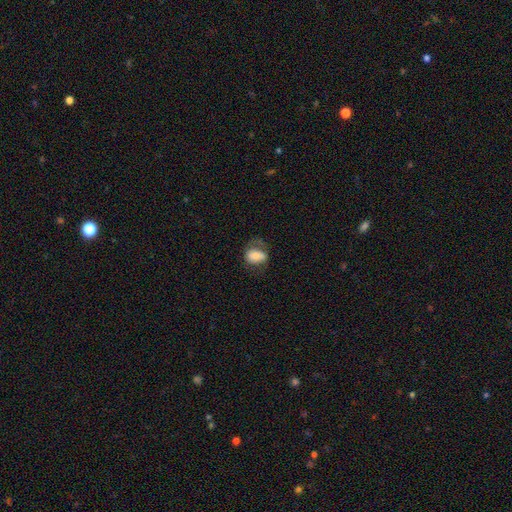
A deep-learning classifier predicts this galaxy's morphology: Q: Smooth or featured?
A: smooth (67%); runner-up: featured or disk (24%)
Q: How rounded?
A: in between (70%); runner-up: round (28%)
Q: Merging?
A: none (46%); runner-up: minor disturbance (27%)